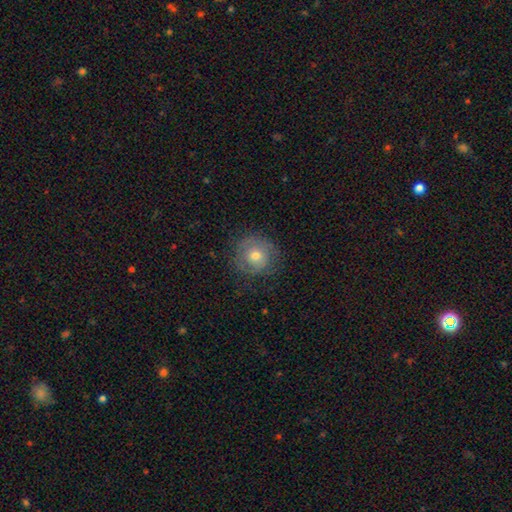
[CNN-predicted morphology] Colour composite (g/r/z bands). It shows a smooth galaxy with no disk features (52%) that is round (91%). Merging: none (76%).